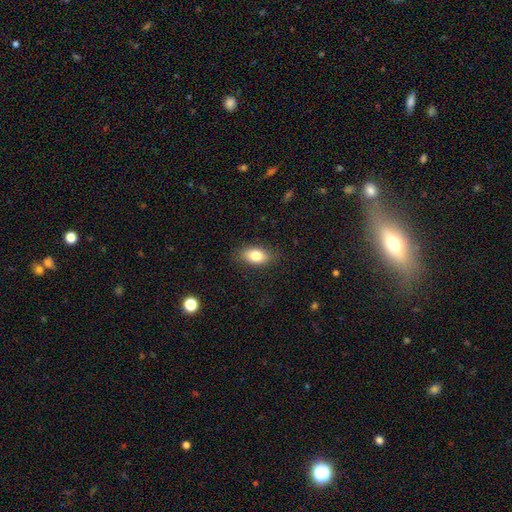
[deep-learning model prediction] Overall: smooth (80%). How rounded: in between (90%). Merging: none (84%).